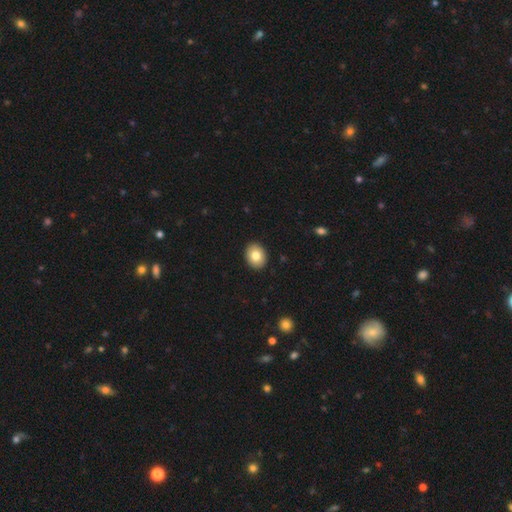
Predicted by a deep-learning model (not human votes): This is clearly a smooth galaxy (81%). How rounded: possibly in between (51%). Merging: clearly none (91%).